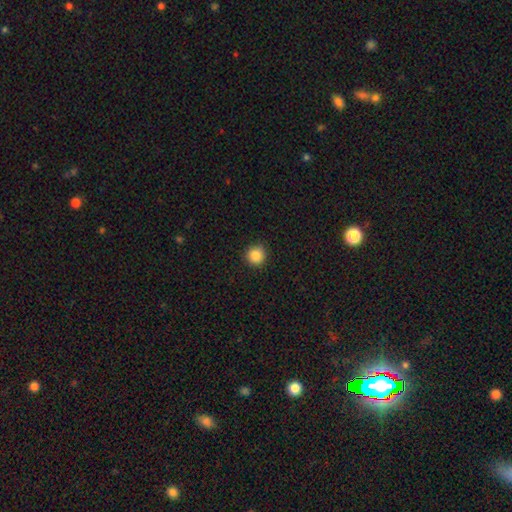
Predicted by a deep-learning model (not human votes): smooth 86%, star or artifact 10%, featured or disk 4%. Down the decision tree: how rounded — round (93%); merging — none (90%).